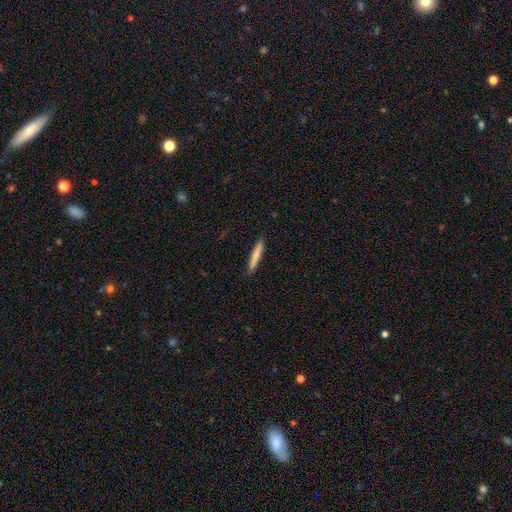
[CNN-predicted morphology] Smooth or featured?
  - smooth: 77% *
  - featured or disk: 18%
  - star or artifact: 6%
How rounded?
  - cigar-shaped: 95% *
  - in between: 4%
  - round: 1%
Merging?
  - none: 87% *
  - minor disturbance: 10%
  - major disturbance: 2%
  - merger: 1%